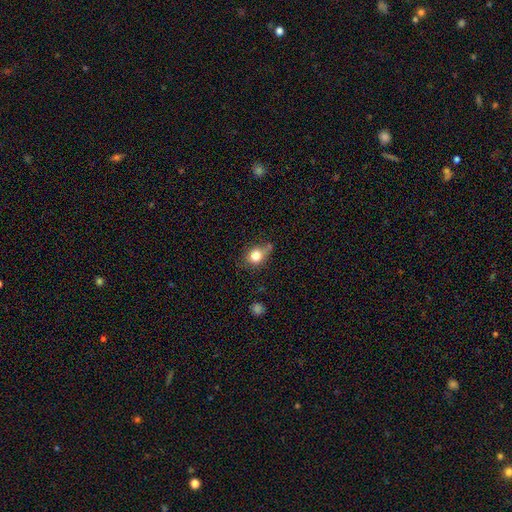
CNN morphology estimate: type=smooth (79%); roundness=round (67%); merging=none (50%).